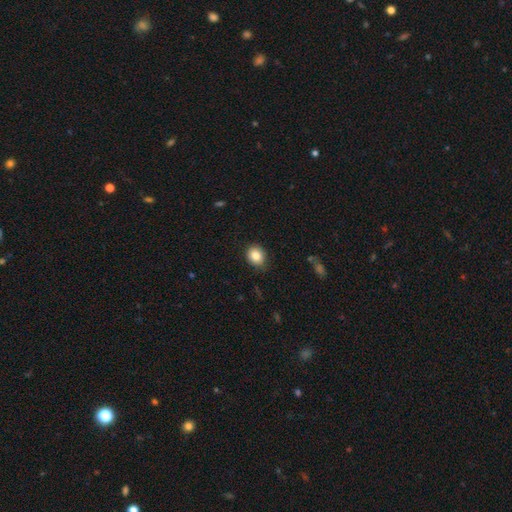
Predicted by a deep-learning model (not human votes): smooth_or_featured: smooth (p=0.85) [alt: star or artifact p=0.09]
how_rounded: round (p=0.65) [alt: in between p=0.34]
merging: none (p=0.83) [alt: minor disturbance p=0.13]